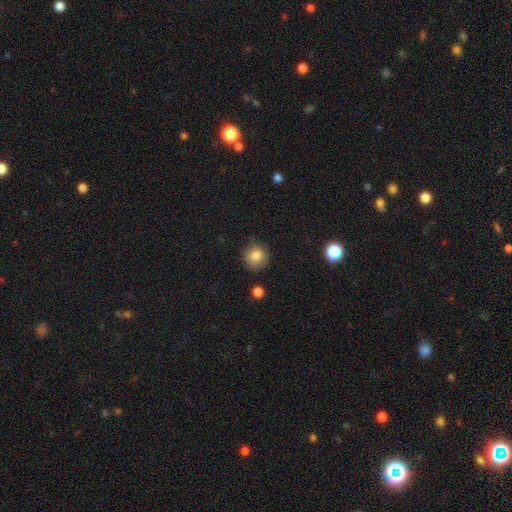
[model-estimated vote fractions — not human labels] A smooth galaxy with no disk features (83%) that is round (90%).

Vote fractions:
- Smooth or featured? smooth: 83% / star or artifact: 10% / featured or disk: 7%
- How rounded? round: 90% / in between: 10% / cigar-shaped: 1%
- Merging? none: 81% / minor disturbance: 14% / major disturbance: 3% / merger: 2%